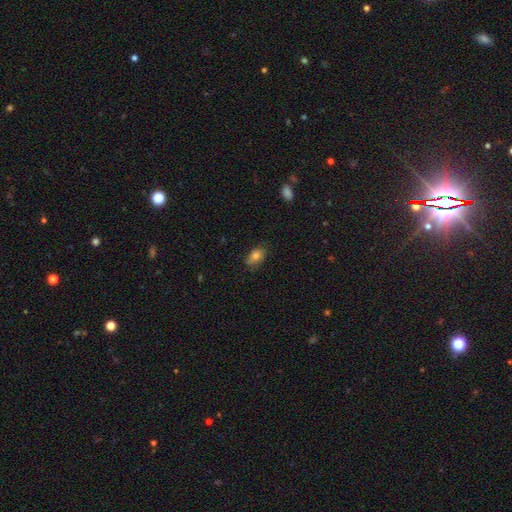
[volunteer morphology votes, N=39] Overall: smooth (54%; featured or disk 36%). How rounded: in between (90%). Merging: none (80%).